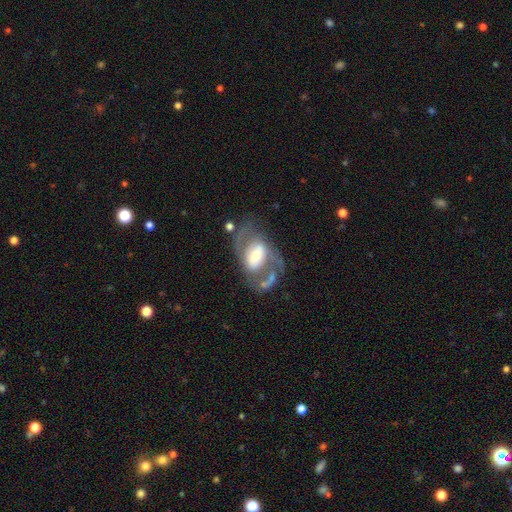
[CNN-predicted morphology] This appears to be a featured or disk galaxy (80%) with a weak bar (40%), 2 (85%) medium (50%) spiral arms (87%) and a moderate central bulge (44%). Merging: none (55%).